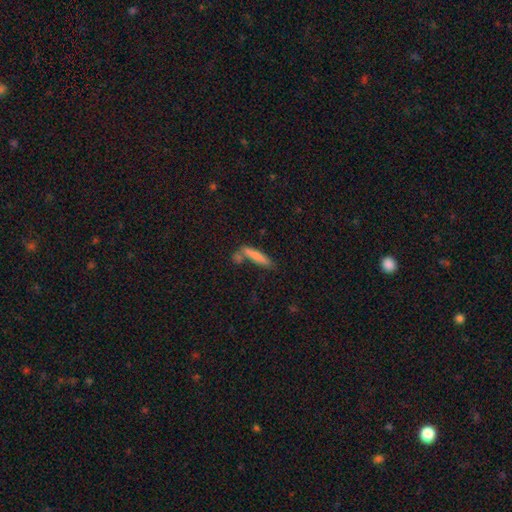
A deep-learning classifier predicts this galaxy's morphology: Smooth or featured?
  - smooth: 76% *
  - featured or disk: 17%
  - star or artifact: 7%
How rounded?
  - cigar-shaped: 85% *
  - in between: 13%
  - round: 2%
Merging?
  - none: 59% *
  - merger: 21%
  - minor disturbance: 15%
  - major disturbance: 5%